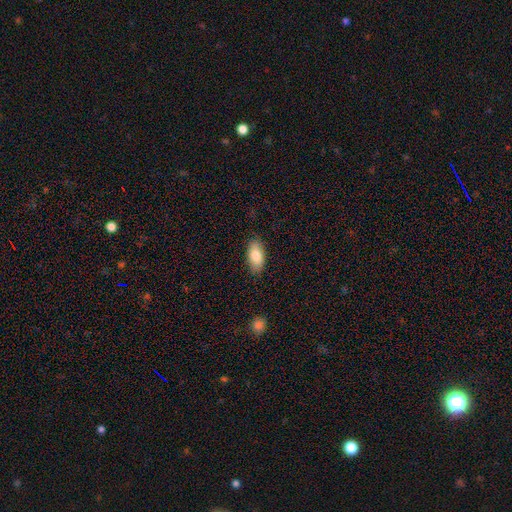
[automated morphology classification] Smooth or featured?
  - smooth: 82% *
  - featured or disk: 12%
  - star or artifact: 7%
How rounded?
  - in between: 91% *
  - cigar-shaped: 6%
  - round: 3%
Merging?
  - none: 85% *
  - minor disturbance: 11%
  - major disturbance: 2%
  - merger: 1%